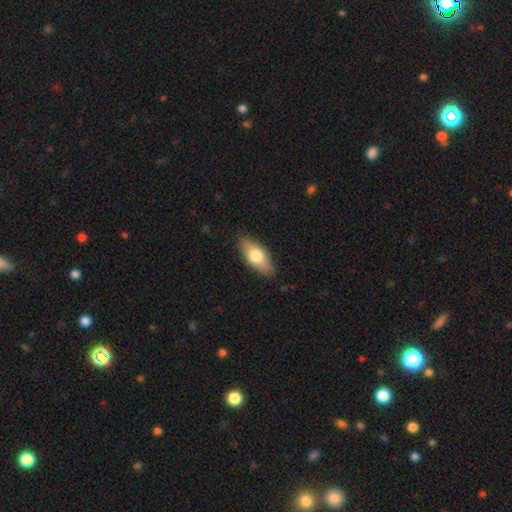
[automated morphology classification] smooth_or_featured: smooth (p=0.70) [alt: featured or disk p=0.24]
how_rounded: in between (p=0.81) [alt: cigar-shaped p=0.16]
merging: none (p=0.85) [alt: minor disturbance p=0.12]